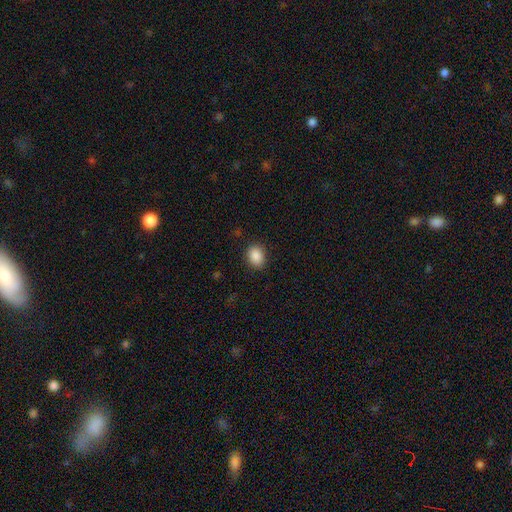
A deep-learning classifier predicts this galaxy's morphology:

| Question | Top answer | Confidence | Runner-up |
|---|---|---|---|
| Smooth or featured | smooth | 89% | star or artifact (8%) |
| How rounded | in between | 60% | round (39%) |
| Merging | none | 87% | minor disturbance (9%) |